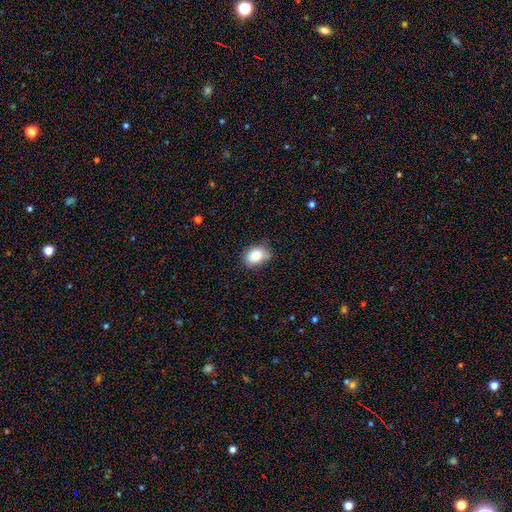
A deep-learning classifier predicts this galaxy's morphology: Smooth or featured? Predicted: smooth (p=0.83). How rounded? Predicted: in between (p=0.71). Merging? Predicted: none (p=0.69).